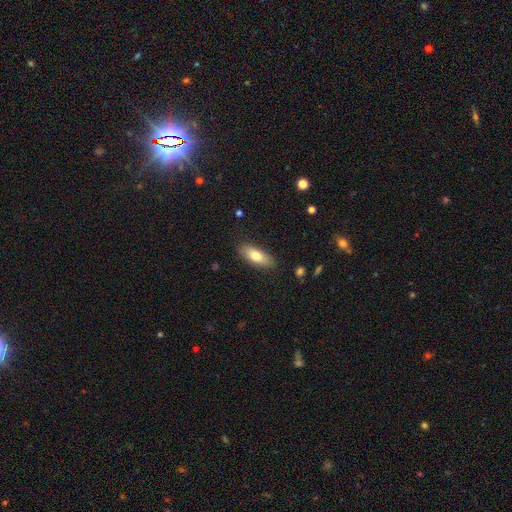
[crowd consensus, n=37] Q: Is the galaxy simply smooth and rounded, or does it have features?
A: smooth — 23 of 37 (62%).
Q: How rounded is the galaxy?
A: in between — 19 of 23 (83%).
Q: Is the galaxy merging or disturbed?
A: none — 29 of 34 (85%).